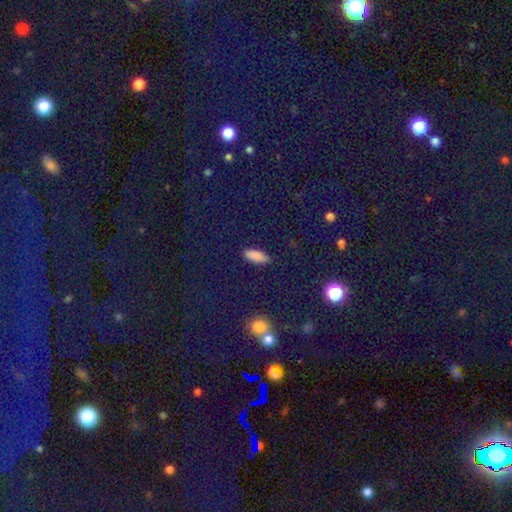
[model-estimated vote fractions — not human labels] Smooth or featured: smooth — 81% (star or artifact — 13%)
How rounded: in between — 69% (cigar-shaped — 26%)
Merging: none — 89% (minor disturbance — 8%)